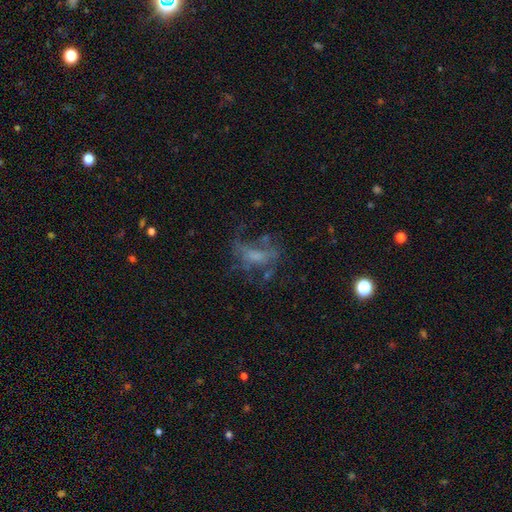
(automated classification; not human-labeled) This appears to be a featured or disk galaxy (52%). Merging: none (41%).